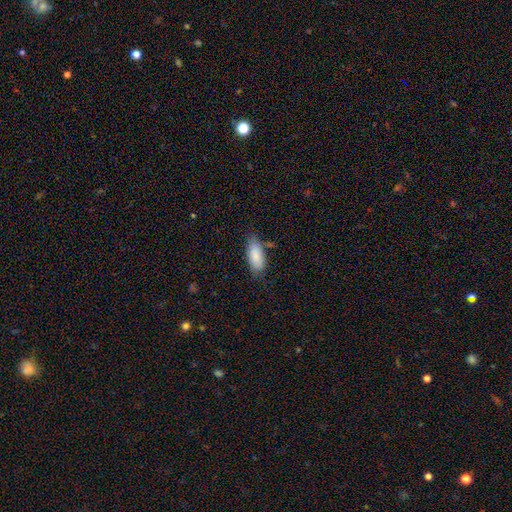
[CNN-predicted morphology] A smooth galaxy with no disk features (87%) that is in between round and cigar-shaped (84%). Merging: none (70%).